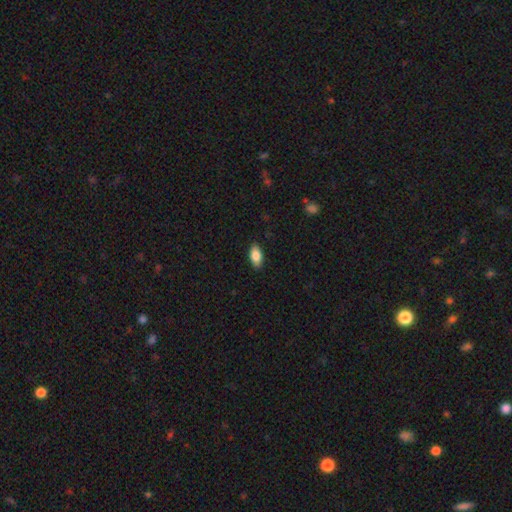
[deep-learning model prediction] Smooth or featured? smooth (82%)
How rounded? in between (89%)
Merging? none (88%)